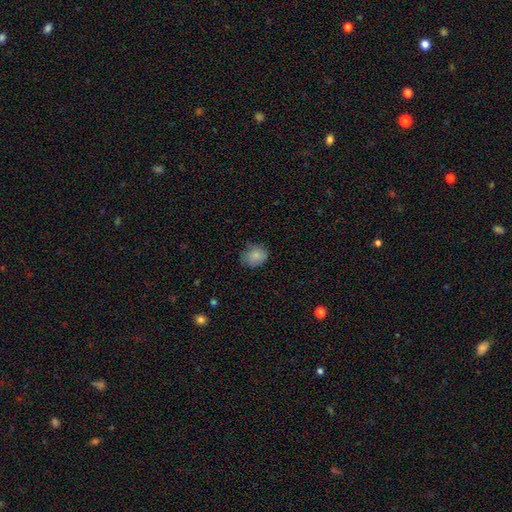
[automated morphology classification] This is clearly a smooth galaxy (84%). How rounded: likely round (60%). Merging: likely none (66%).